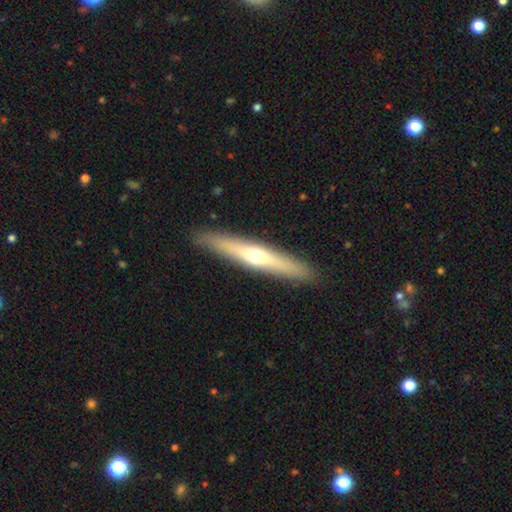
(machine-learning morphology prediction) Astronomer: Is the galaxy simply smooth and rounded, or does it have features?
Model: featured or disk — 57% (runner-up: smooth, 37%).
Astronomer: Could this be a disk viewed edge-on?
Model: yes — 93%.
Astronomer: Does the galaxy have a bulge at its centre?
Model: rounded — 85%.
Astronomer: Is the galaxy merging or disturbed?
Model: none — 91%.